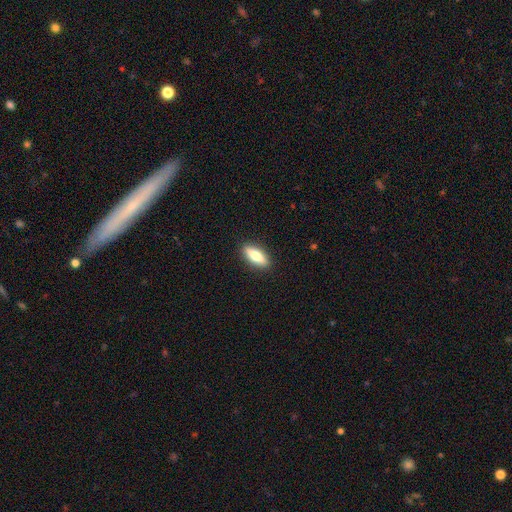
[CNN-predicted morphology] smooth-or-featured: smooth: 68% | featured or disk: 26% | star or artifact: 6%
  how-rounded: in between: 66% | cigar-shaped: 31% | round: 3%
  merging: none: 89% | minor disturbance: 8% | major disturbance: 2% | merger: 1%